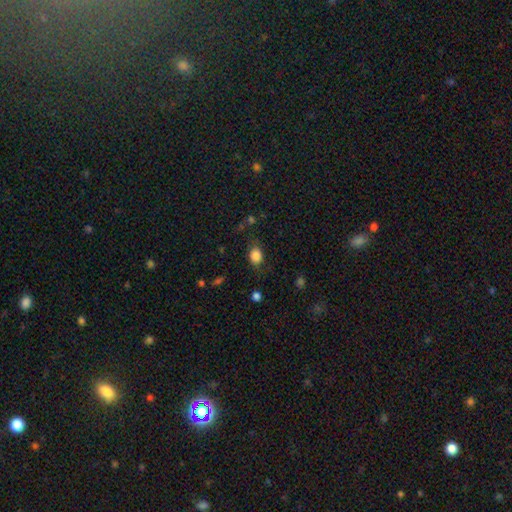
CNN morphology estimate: smooth 85%, star or artifact 9%, featured or disk 6%. Down the decision tree: how rounded — in between (61%); merging — none (73%).